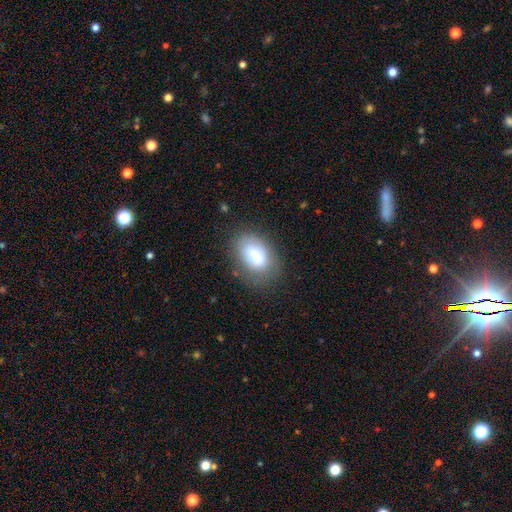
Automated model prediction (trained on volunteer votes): Morphology: type=smooth (68%); roundness=in between (87%); merging=none (73%).